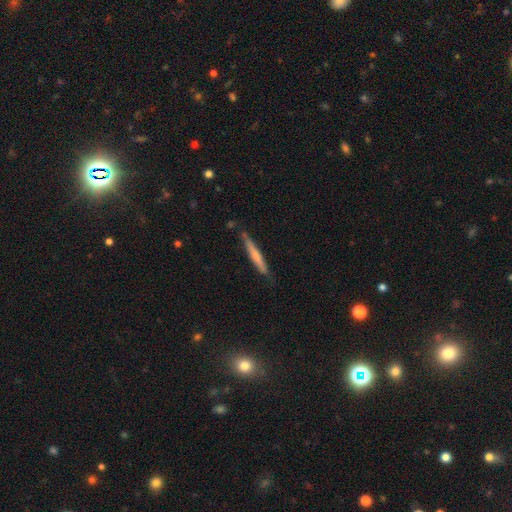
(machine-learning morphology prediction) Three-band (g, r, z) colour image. It shows a smooth galaxy with no disk features (61%) that is cigar-shaped (95%). Merging: none (81%).